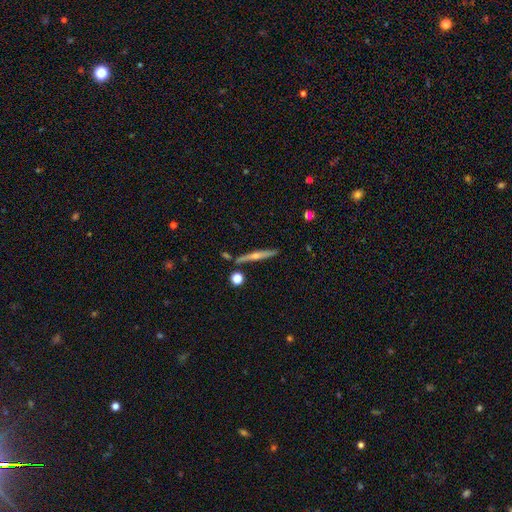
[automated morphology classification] This appears to be a featured or disk galaxy (73%) viewed edge-on (97%) with a rounded central bulge (82%). Merging: none (85%).